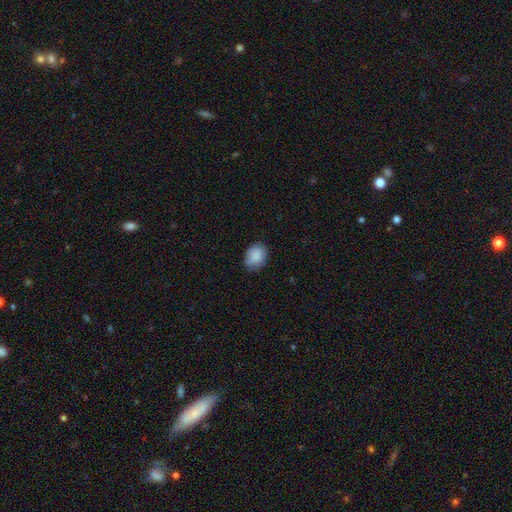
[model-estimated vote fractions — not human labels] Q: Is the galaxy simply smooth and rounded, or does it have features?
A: smooth — 88%.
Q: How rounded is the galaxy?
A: in between — 60%.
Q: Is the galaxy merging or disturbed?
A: none — 76%.